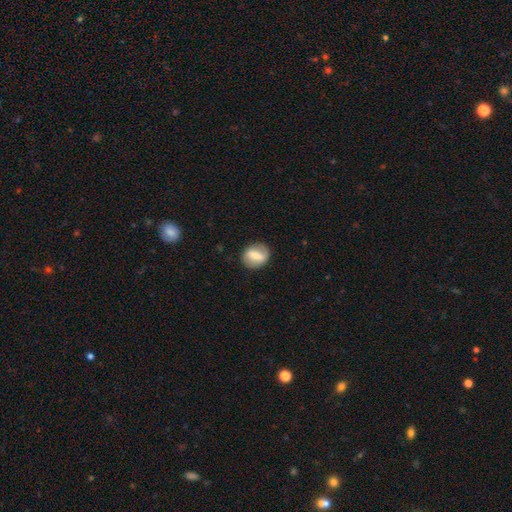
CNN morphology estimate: Smooth or featured? smooth (55%)
How rounded? round (53%)
Merging? none (84%)